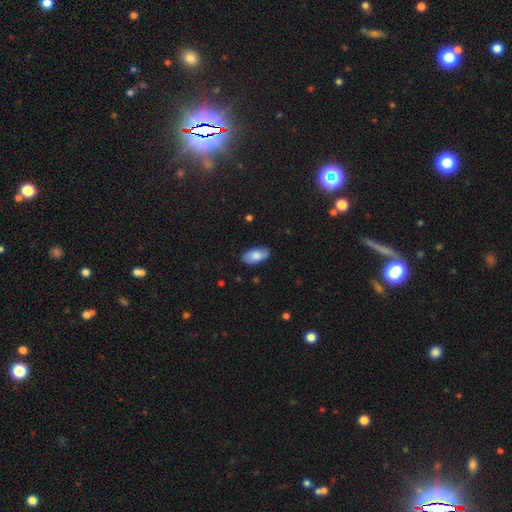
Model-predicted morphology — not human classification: Overall: smooth (81%). How rounded: in between (93%). Merging: none (85%).